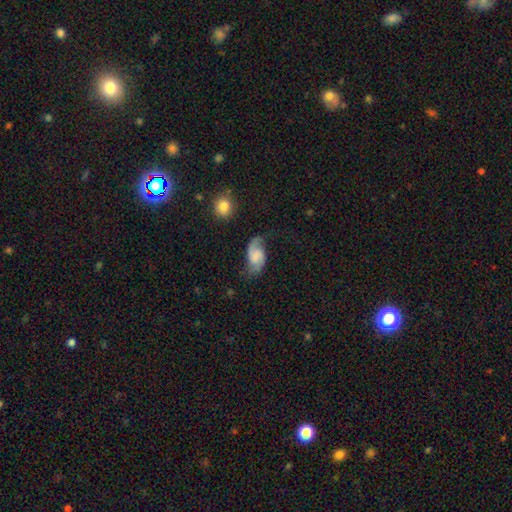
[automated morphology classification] This is likely a featured or disk galaxy (68%). It is clearly not viewed edge-on (97%). Bar: marginally no (45%). Spiral arm pattern: clearly yes (94%). Spiral arm count: clearly 2 (88%). Spiral winding: possibly loose (49%). Central bulge: possibly none (46%). Merging: possibly none (59%).